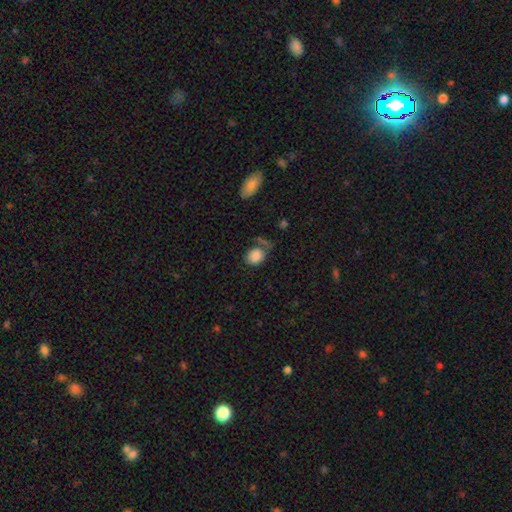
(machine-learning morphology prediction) A smooth galaxy with no disk features (84%) that is in between round and cigar-shaped (50%).

Vote fractions:
- Smooth or featured? smooth: 84% / star or artifact: 9% / featured or disk: 7%
- How rounded? in between: 50% / round: 49% / cigar-shaped: 1%
- Merging? none: 55% / minor disturbance: 20% / major disturbance: 13% / merger: 12%